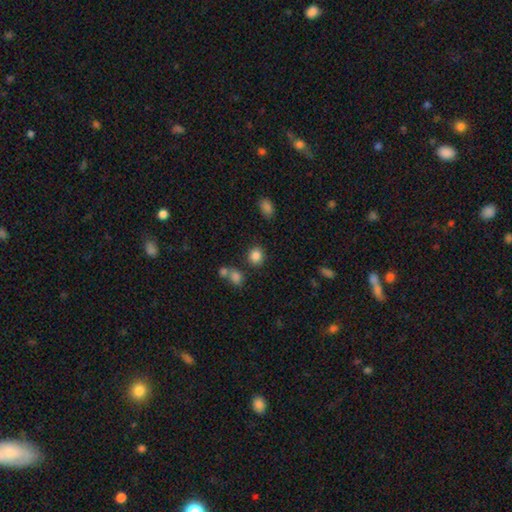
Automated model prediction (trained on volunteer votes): This appears to be a smooth galaxy with no disk features (85%) that is round (83%). Merging: none (80%).